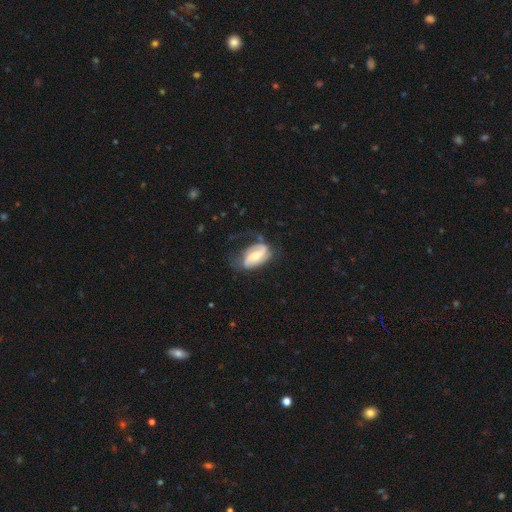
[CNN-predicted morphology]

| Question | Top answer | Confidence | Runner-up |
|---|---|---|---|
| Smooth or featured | featured or disk | 74% | smooth (20%) |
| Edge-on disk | no | 96% | yes (4%) |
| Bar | weak | 43% | no (29%) |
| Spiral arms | yes | 92% | no (8%) |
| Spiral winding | medium | 42% | loose (33%) |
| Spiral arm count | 2 | 75% | can't tell (9%) |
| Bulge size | moderate | 45% | small (32%) |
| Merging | none | 49% | minor disturbance (27%) |